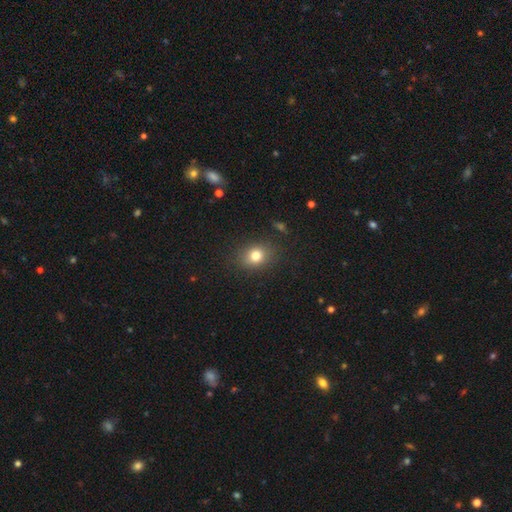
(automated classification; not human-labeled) Smooth or featured? smooth (79%)
How rounded? round (55%)
Merging? none (84%)